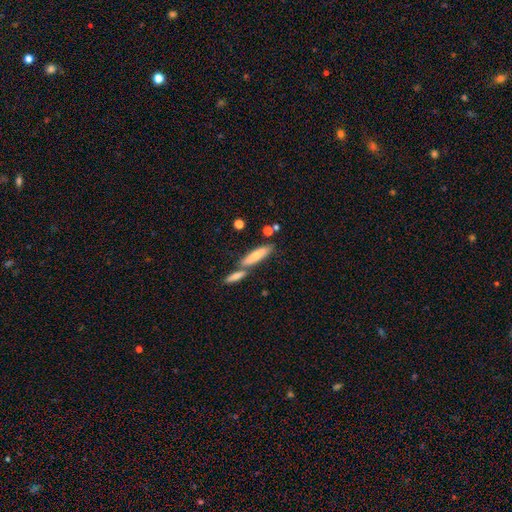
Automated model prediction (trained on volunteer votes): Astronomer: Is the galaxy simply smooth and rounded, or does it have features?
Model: smooth — 68%.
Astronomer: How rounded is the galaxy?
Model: cigar-shaped — 74%.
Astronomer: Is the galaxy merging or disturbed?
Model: none — 59%.